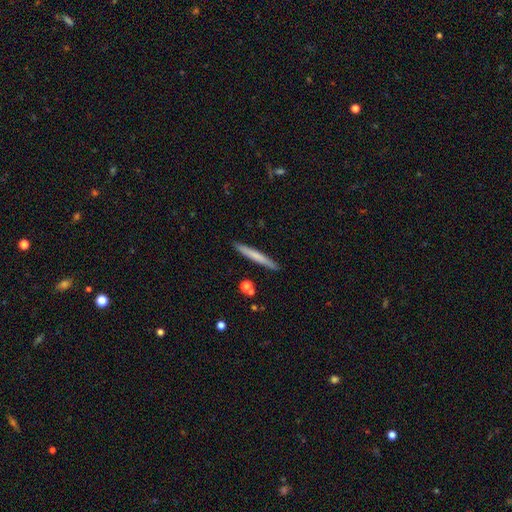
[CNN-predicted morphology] Smooth or featured? smooth (64%)
How rounded? cigar-shaped (96%)
Merging? none (91%)